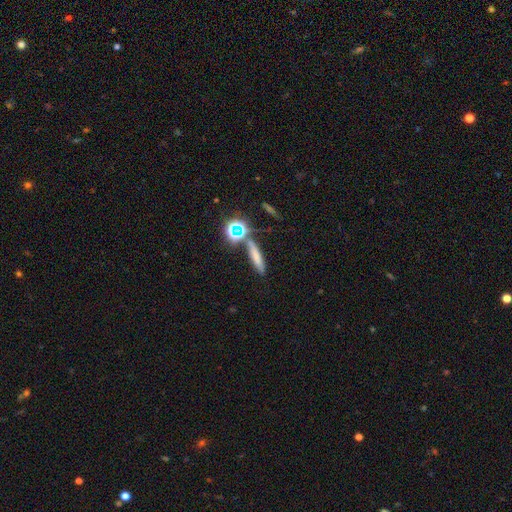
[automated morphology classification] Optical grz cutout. It shows a smooth galaxy with no disk features (64%) that is cigar-shaped (73%). Merging: none (72%).